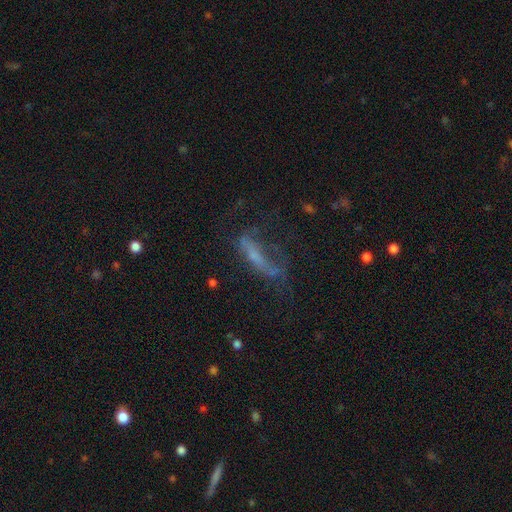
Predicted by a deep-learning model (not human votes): A featured or disk galaxy (46%). Merging: major disturbance (37%).